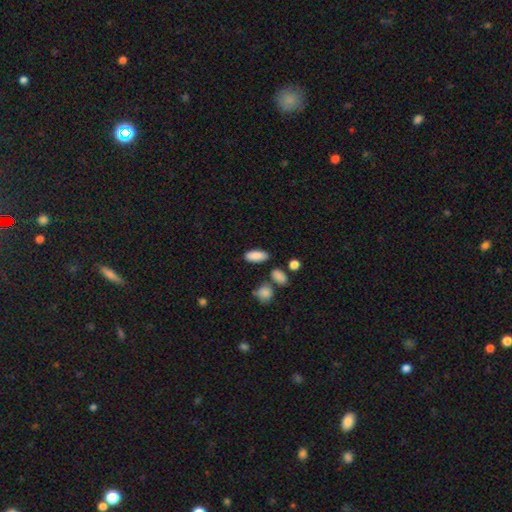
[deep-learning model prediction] This is clearly a smooth galaxy (88%). How rounded: clearly in between (87%). Merging: clearly none (81%).